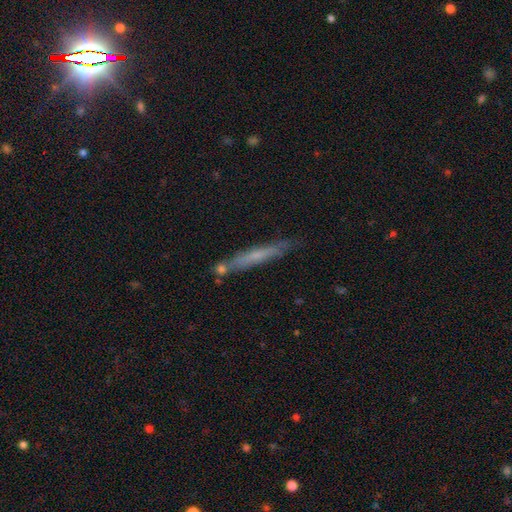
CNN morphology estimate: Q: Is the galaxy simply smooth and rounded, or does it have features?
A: smooth — 48%.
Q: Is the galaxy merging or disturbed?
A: none — 76%.